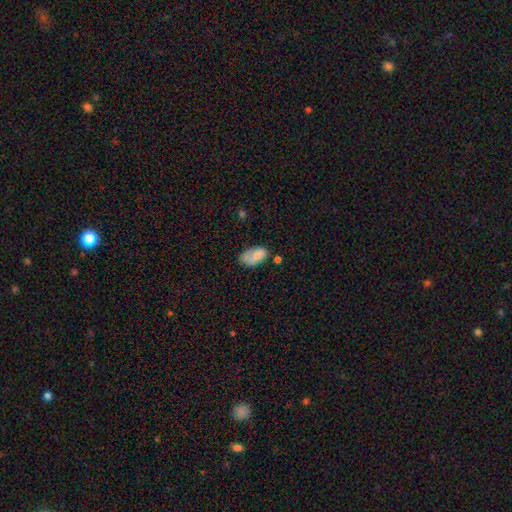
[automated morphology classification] This is likely a smooth galaxy (79%). How rounded: clearly in between (94%). Merging: possibly none (48%).